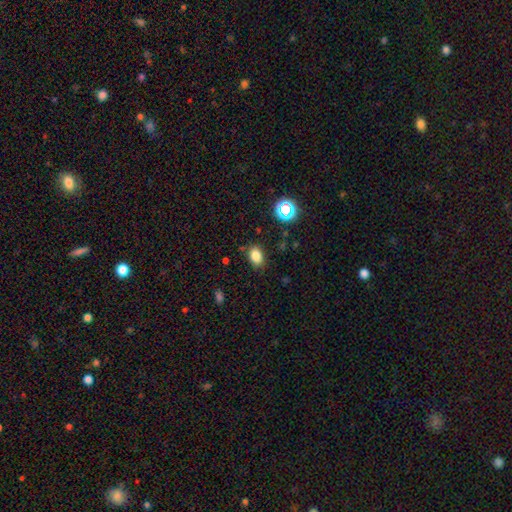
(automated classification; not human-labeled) Smooth or featured? smooth (81%)
How rounded? in between (79%)
Merging? none (82%)